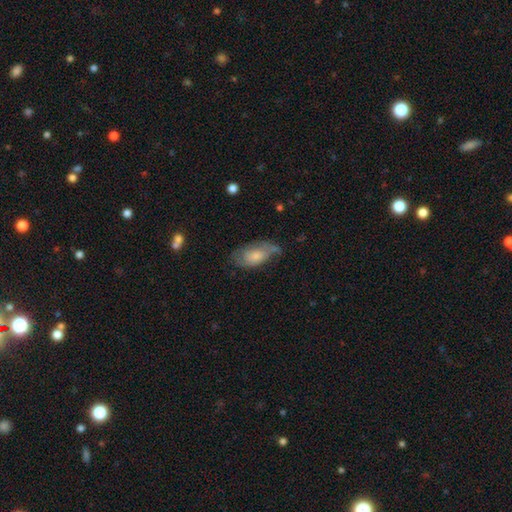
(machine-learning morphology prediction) Smooth or featured?
  - smooth: 56% *
  - featured or disk: 37%
  - star or artifact: 7%
How rounded?
  - in between: 91% *
  - cigar-shaped: 5%
  - round: 4%
Merging?
  - none: 44% *
  - minor disturbance: 35%
  - major disturbance: 18%
  - merger: 4%